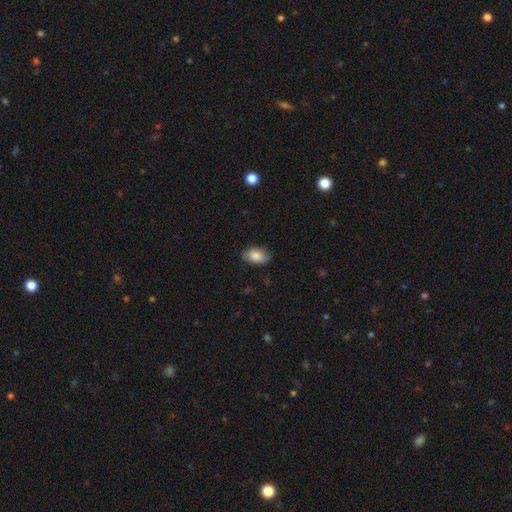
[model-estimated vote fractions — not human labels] Morphology: type=smooth (85%); roundness=in between (91%); merging=none (83%).